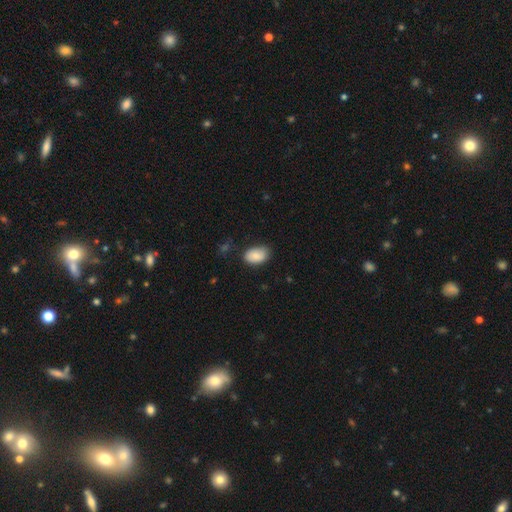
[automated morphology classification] smooth 85%, featured or disk 8%, star or artifact 7%. Down the decision tree: how rounded — in between (91%); merging — none (77%).